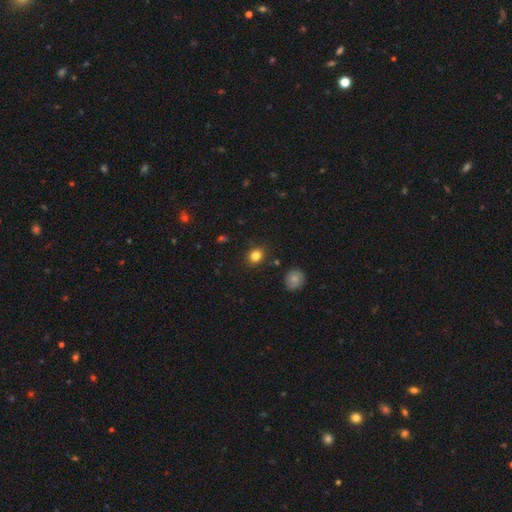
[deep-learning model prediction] Smooth or featured?
  - smooth: 83% *
  - star or artifact: 12%
  - featured or disk: 5%
How rounded?
  - round: 71% *
  - in between: 28%
  - cigar-shaped: 1%
Merging?
  - none: 87% *
  - minor disturbance: 8%
  - major disturbance: 2%
  - merger: 2%